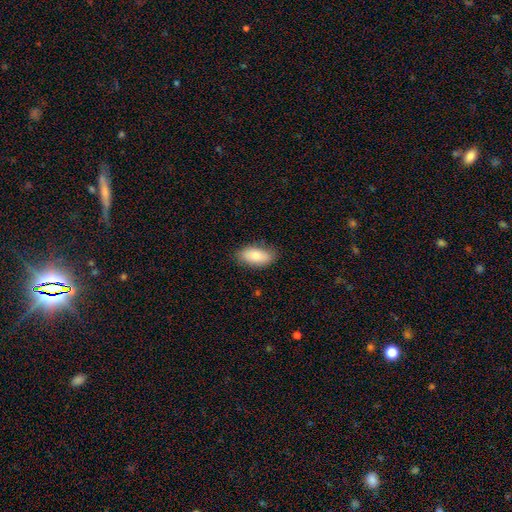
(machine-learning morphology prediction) smooth 78%, featured or disk 16%, star or artifact 6%. Down the decision tree: how rounded — in between (92%); merging — none (83%).